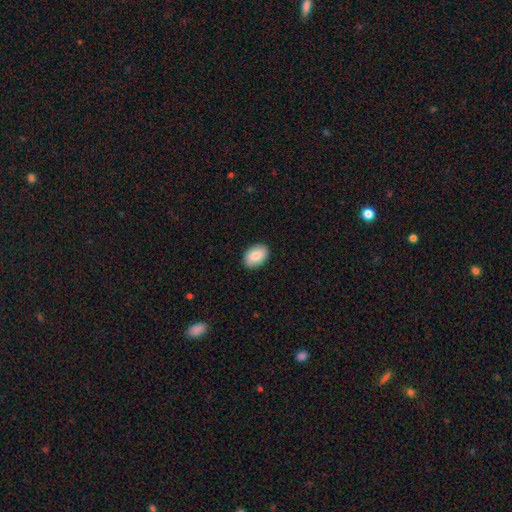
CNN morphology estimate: Overall: smooth (85%). How rounded: in between (88%). Merging: none (89%).